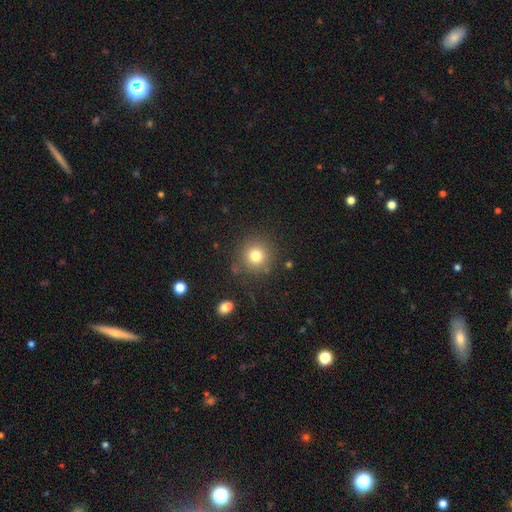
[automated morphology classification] This appears to be a smooth galaxy with no disk features (78%) that is round (93%). Merging: none (85%).